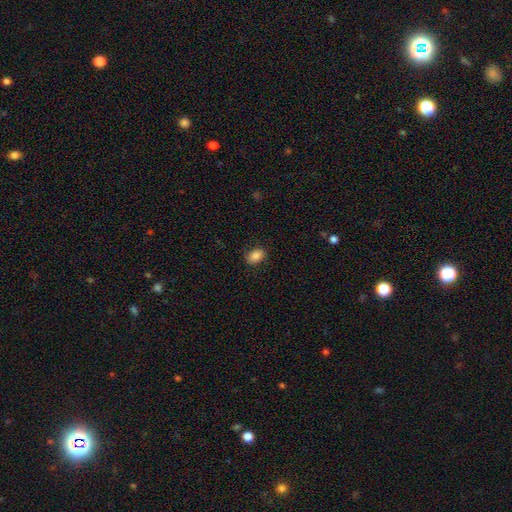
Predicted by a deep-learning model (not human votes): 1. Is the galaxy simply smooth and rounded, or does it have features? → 84% smooth, 9% star or artifact, 7% featured or disk.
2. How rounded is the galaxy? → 79% in between, 20% round, 1% cigar-shaped.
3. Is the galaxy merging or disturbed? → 84% none, 12% minor disturbance, 3% major disturbance, 1% merger.